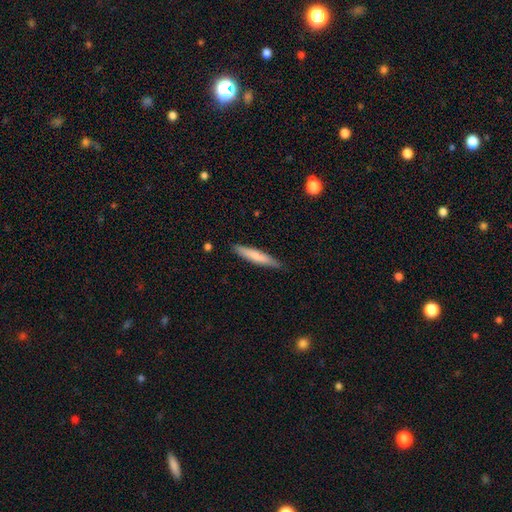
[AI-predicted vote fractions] Q: Smooth or featured?
A: smooth (72%); runner-up: featured or disk (23%)
Q: How rounded?
A: cigar-shaped (92%); runner-up: in between (7%)
Q: Merging?
A: none (87%); runner-up: minor disturbance (10%)